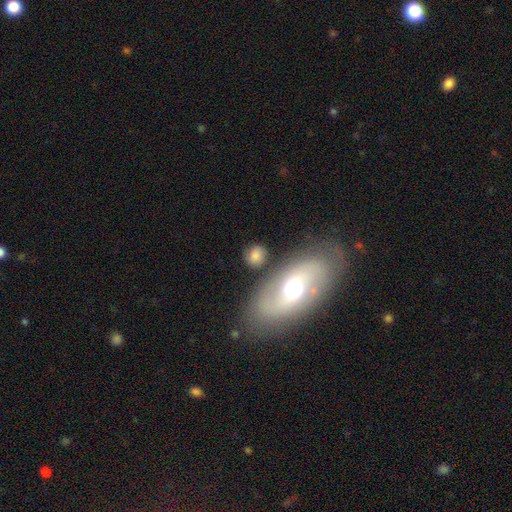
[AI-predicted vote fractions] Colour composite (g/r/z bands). It shows a smooth galaxy with no disk features (73%) that is round (59%). Merging: none (75%).